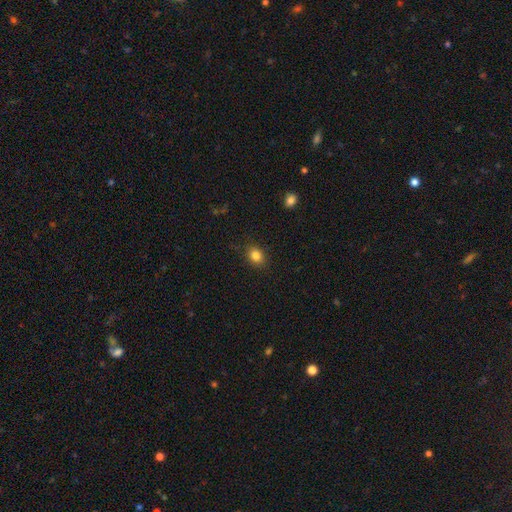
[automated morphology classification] Smooth or featured? smooth (84%)
How rounded? round (50%)
Merging? none (86%)